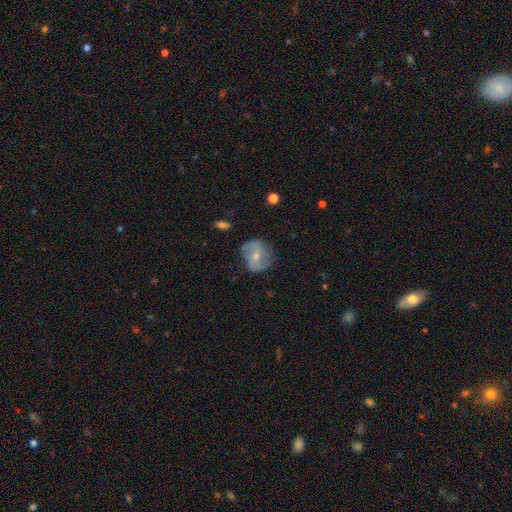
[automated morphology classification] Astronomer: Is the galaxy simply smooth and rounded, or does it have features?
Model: featured or disk — 63%.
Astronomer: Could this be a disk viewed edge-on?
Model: no — 96%.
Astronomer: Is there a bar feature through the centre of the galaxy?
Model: weak — 40% (runner-up: no, 37%).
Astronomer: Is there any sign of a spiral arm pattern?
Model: yes — 77%.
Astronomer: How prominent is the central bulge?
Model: small — 53% (runner-up: moderate, 43%).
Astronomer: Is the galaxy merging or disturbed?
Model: none — 67%.